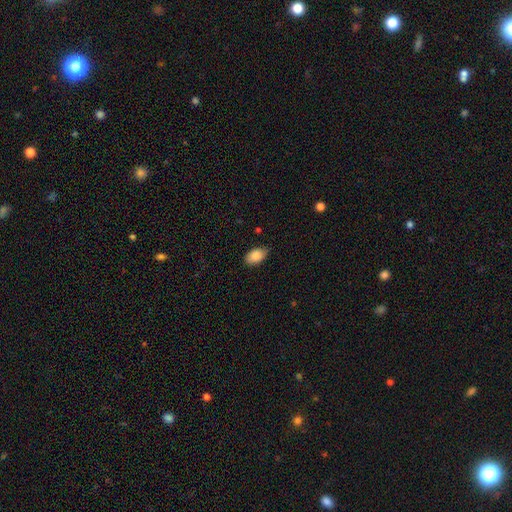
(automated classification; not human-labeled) This appears to be a smooth galaxy with no disk features (88%) that is in between round and cigar-shaped (92%). Merging: none (76%).